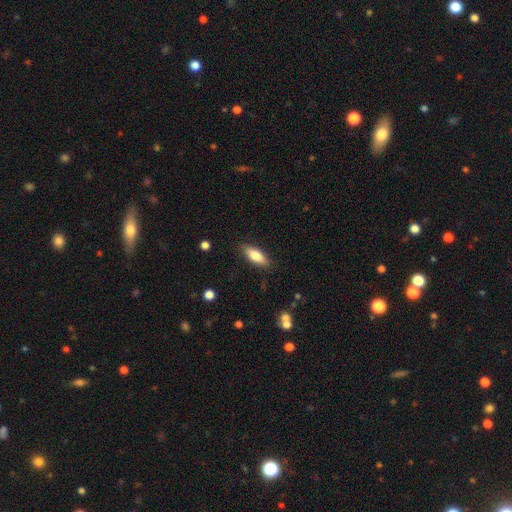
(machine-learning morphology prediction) This is likely a smooth galaxy (75%). How rounded: likely in between (67%). Merging: clearly none (85%).